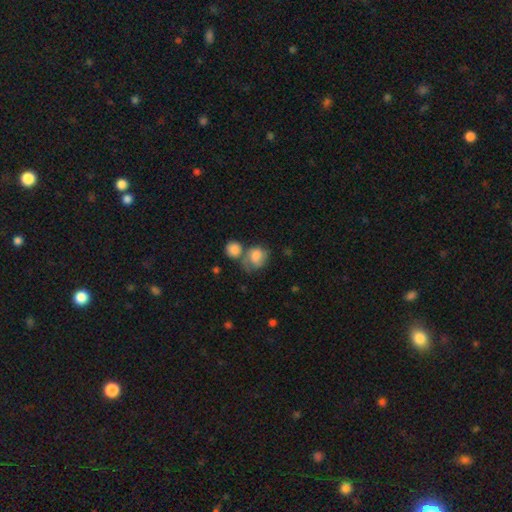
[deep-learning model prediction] Morphology: type=smooth (75%); roundness=round (60%); merging=merger (38%).